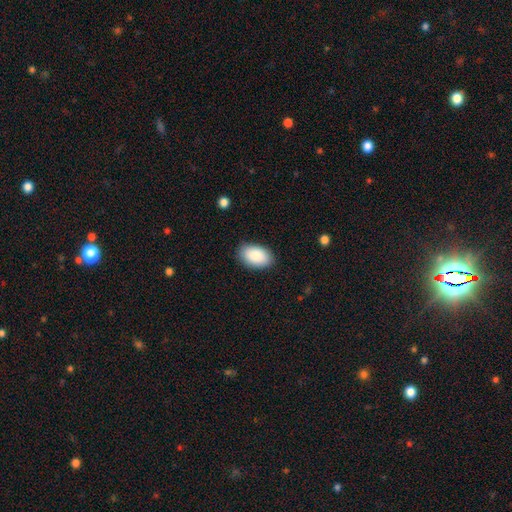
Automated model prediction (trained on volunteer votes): smooth_or_featured: smooth (p=0.89) [alt: star or artifact p=0.06]
how_rounded: in between (p=0.93) [alt: round p=0.06]
merging: none (p=0.86) [alt: minor disturbance p=0.11]